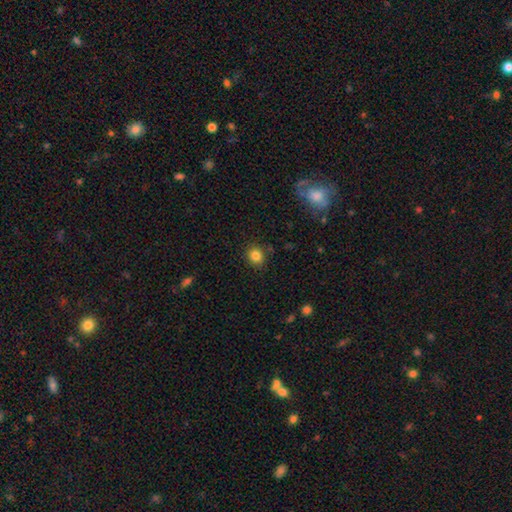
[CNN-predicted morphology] A smooth galaxy with no disk features (83%) that is round (77%). Merging: none (86%).